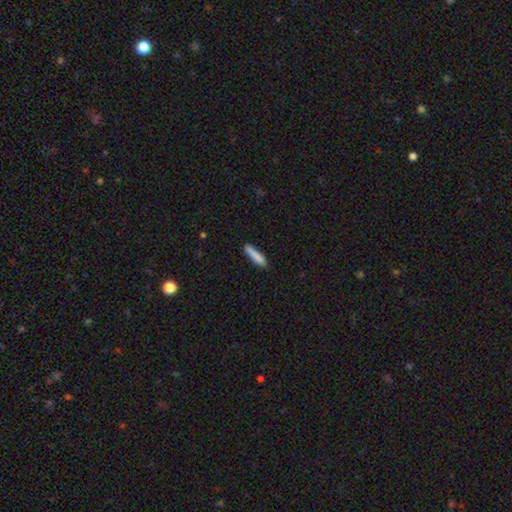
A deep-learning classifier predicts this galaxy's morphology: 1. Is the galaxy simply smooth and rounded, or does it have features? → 86% smooth, 8% featured or disk, 6% star or artifact.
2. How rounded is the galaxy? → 86% cigar-shaped, 13% in between, 1% round.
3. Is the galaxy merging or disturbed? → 85% none, 11% minor disturbance, 2% major disturbance, 1% merger.